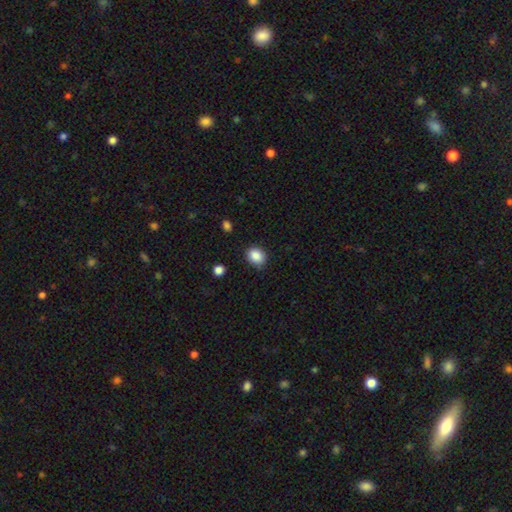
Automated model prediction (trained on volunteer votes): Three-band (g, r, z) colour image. It shows a smooth galaxy with no disk features (88%) that is in between round and cigar-shaped (50%). Merging: none (84%).